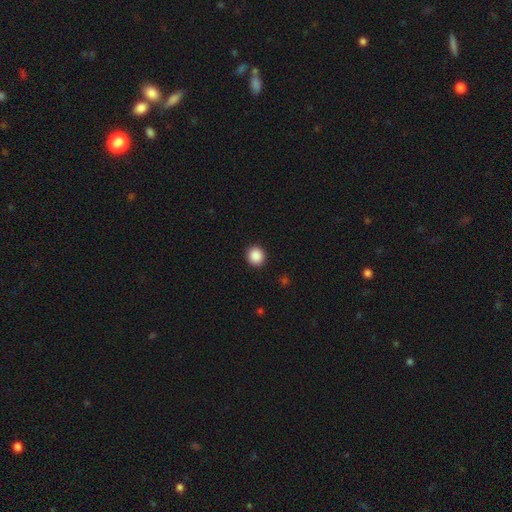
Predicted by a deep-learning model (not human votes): Smooth or featured: smooth — 89% (star or artifact — 9%)
How rounded: round — 91% (in between — 8%)
Merging: none — 92% (minor disturbance — 5%)